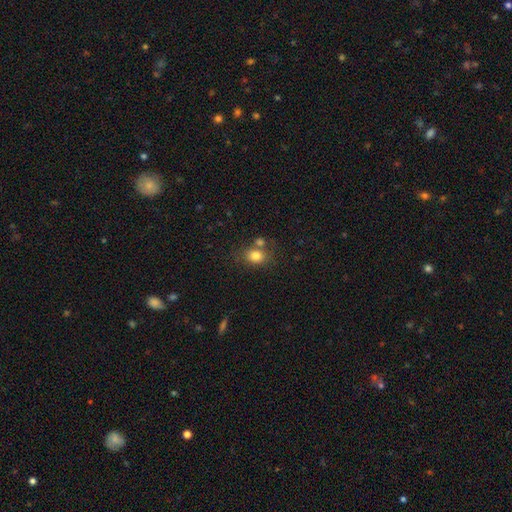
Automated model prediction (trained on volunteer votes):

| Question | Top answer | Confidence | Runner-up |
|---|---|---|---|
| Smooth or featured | smooth | 81% | star or artifact (11%) |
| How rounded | in between | 51% | round (48%) |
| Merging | none | 58% | merger (23%) |